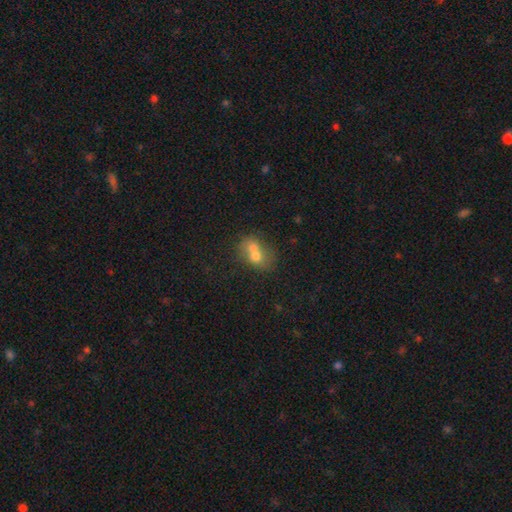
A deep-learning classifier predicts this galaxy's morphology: A smooth galaxy with no disk features (63%) that is round (50%). Merging: merger (67%).